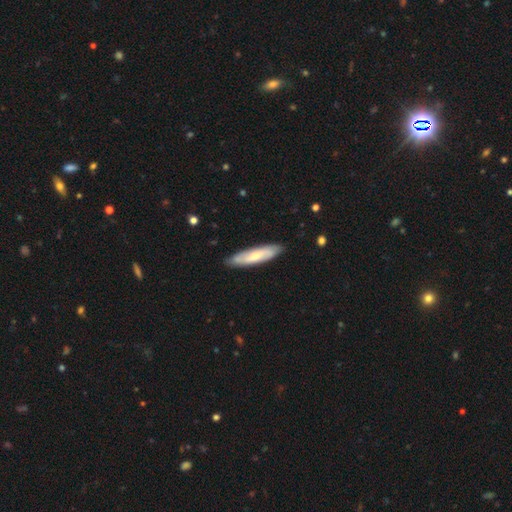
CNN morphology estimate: The model was most divided on "smooth or featured": smooth: 61%, featured or disk: 34%, star or artifact: 5%. More confident: merging — none (85%); how rounded — cigar-shaped (75%).